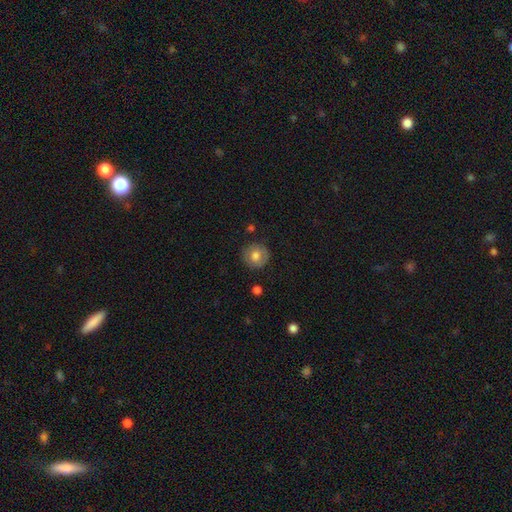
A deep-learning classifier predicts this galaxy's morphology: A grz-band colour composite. It shows a smooth galaxy with no disk features (75%) that is round (92%). Merging: none (86%).